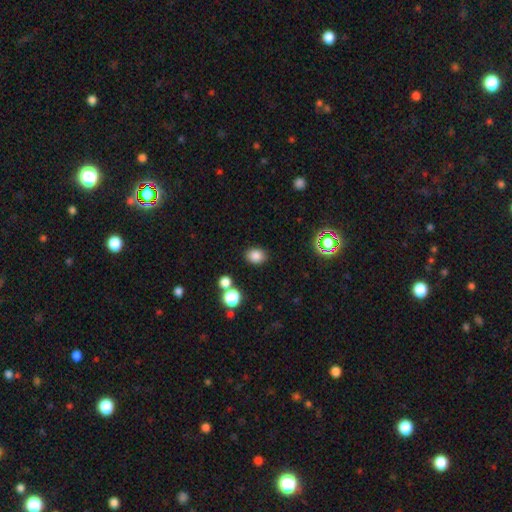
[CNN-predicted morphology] A smooth galaxy with no disk features (82%) that is in between round and cigar-shaped (57%).

Vote fractions:
- Smooth or featured? smooth: 82% / star or artifact: 12% / featured or disk: 5%
- How rounded? in between: 57% / round: 42% / cigar-shaped: 1%
- Merging? none: 83% / minor disturbance: 10% / merger: 4% / major disturbance: 3%